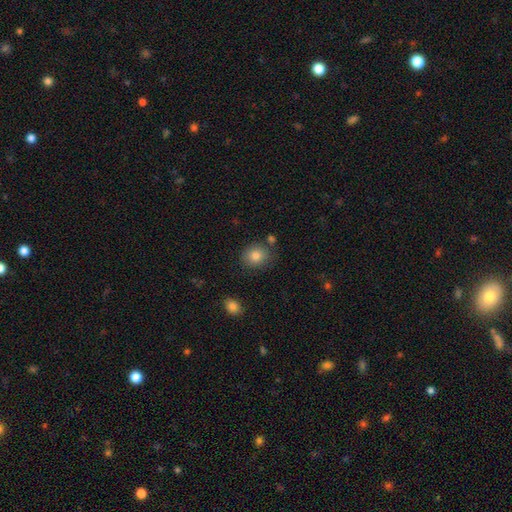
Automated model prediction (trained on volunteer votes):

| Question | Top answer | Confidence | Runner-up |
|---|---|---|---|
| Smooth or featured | smooth | 82% | star or artifact (10%) |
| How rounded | round | 66% | in between (33%) |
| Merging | none | 80% | minor disturbance (12%) |